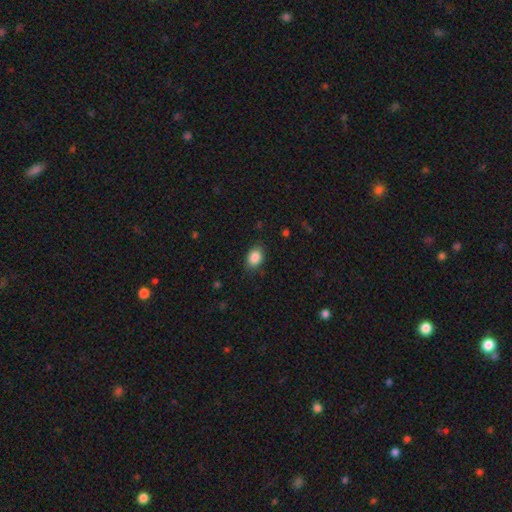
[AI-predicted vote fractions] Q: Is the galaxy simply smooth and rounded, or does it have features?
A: smooth — 87%.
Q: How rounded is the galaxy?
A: in between — 74%.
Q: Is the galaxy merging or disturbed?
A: none — 85%.